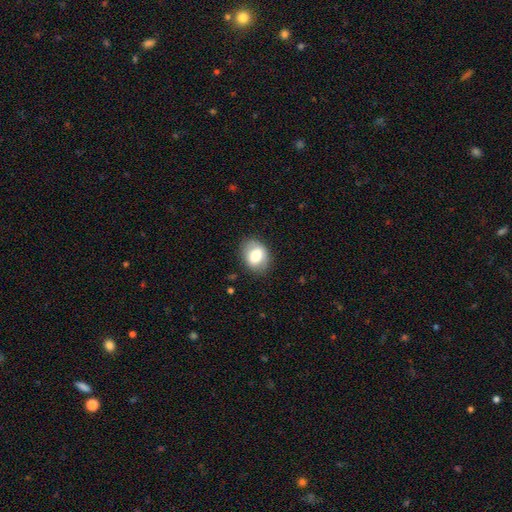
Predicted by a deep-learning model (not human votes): Q: Smooth or featured?
A: smooth (70%); runner-up: featured or disk (22%)
Q: How rounded?
A: in between (59%); runner-up: round (40%)
Q: Merging?
A: none (83%); runner-up: minor disturbance (13%)